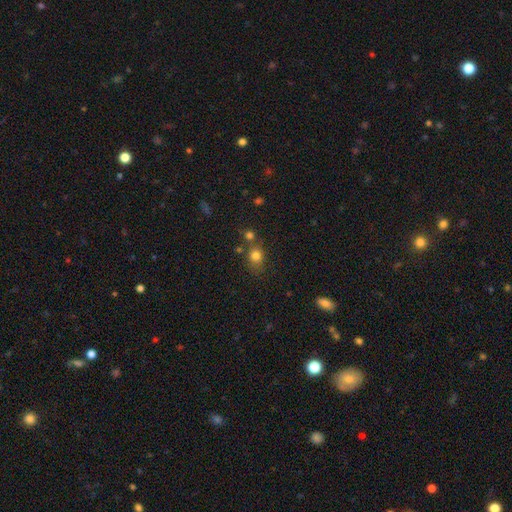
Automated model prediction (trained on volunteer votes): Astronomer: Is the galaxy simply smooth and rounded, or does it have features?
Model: smooth — 77%.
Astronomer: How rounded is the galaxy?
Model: round — 64%.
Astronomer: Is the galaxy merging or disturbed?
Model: none — 59%.